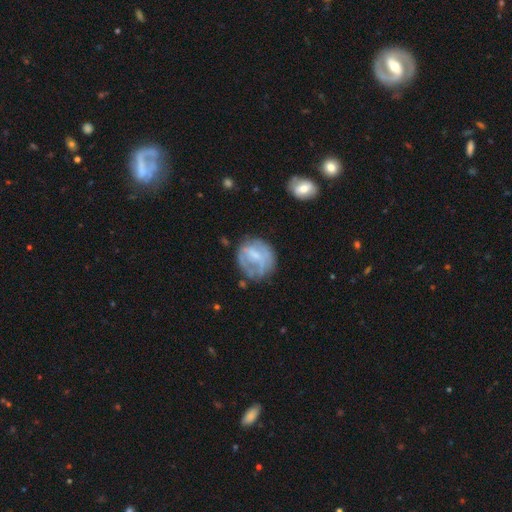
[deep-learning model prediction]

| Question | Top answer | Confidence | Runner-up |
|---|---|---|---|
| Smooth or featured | featured or disk | 53% | smooth (39%) |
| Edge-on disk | no | 97% | yes (3%) |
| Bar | no | 45% | weak (42%) |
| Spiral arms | no | 54% | yes (46%) |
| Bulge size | small | 41% | moderate (28%) |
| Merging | none | 53% | minor disturbance (25%) |